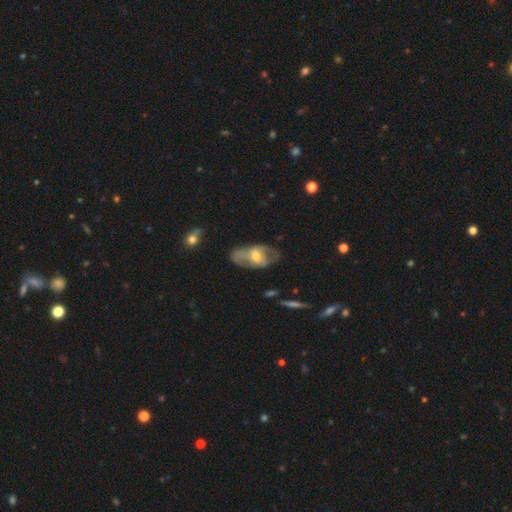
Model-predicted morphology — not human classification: A featured or disk galaxy (54%). Merging: none (55%).